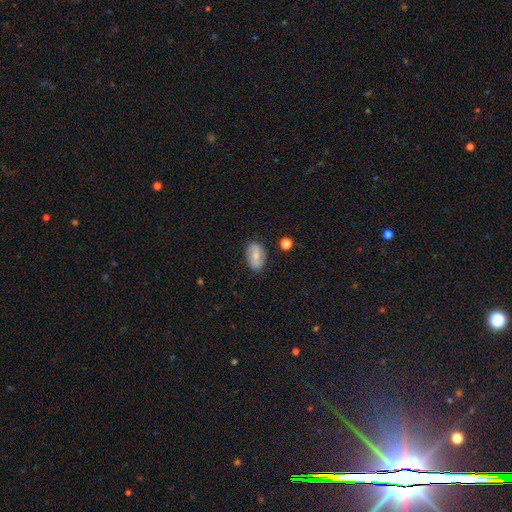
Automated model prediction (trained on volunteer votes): smooth_or_featured: smooth (p=0.55) [alt: featured or disk p=0.37]
how_rounded: in between (p=0.87) [alt: round p=0.11]
merging: none (p=0.80) [alt: minor disturbance p=0.14]